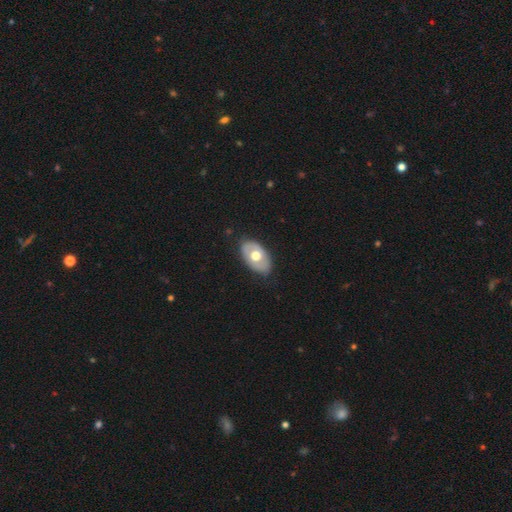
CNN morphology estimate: Smooth or featured?
  - smooth: 51% *
  - featured or disk: 44%
  - star or artifact: 5%
How rounded?
  - in between: 87% *
  - round: 12%
  - cigar-shaped: 1%
Merging?
  - none: 80% *
  - minor disturbance: 16%
  - major disturbance: 4%
  - merger: 1%